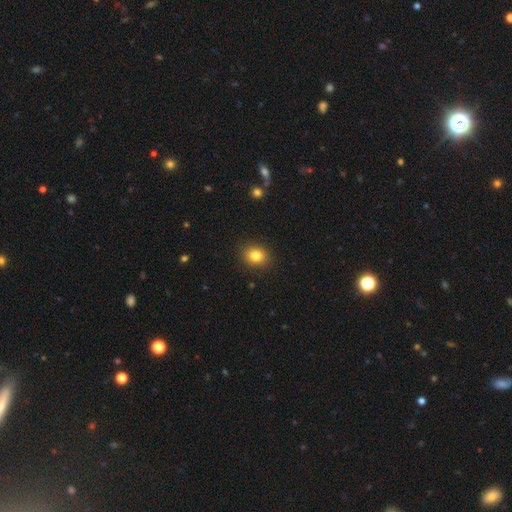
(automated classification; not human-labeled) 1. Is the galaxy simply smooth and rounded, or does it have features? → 83% smooth, 11% star or artifact, 7% featured or disk.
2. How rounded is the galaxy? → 62% round, 37% in between, 1% cigar-shaped.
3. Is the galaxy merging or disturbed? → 90% none, 7% minor disturbance, 2% major disturbance, 1% merger.